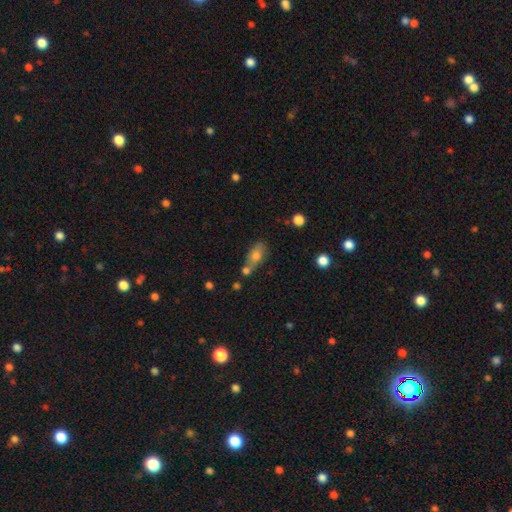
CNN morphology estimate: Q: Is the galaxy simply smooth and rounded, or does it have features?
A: smooth — 72%.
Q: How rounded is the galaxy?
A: in between — 79%.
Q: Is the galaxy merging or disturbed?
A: none — 46%.